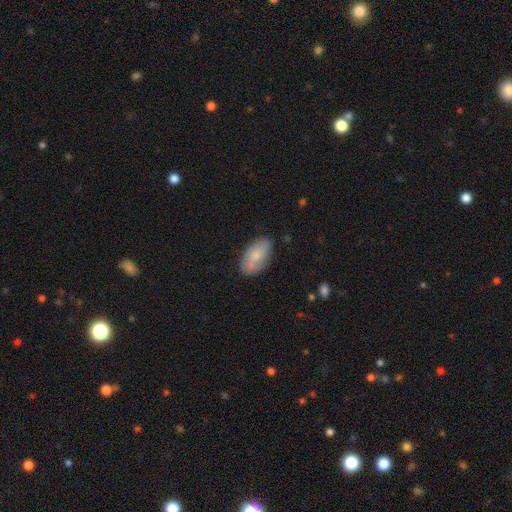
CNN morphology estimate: Smooth or featured? Predicted: smooth (p=0.74). How rounded? Predicted: in between (p=0.94). Merging? Predicted: none (p=0.76).